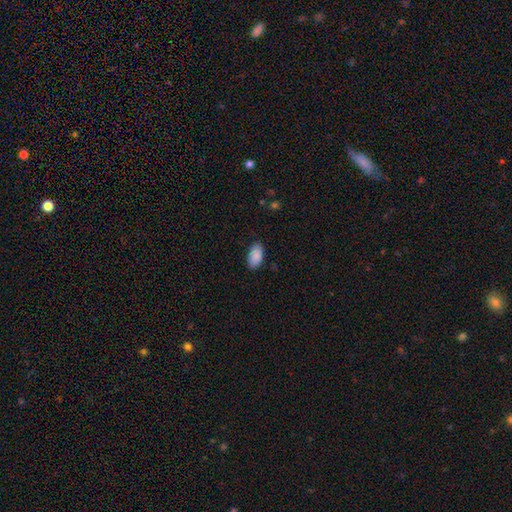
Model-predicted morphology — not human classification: The model was most divided on "merging": none: 85%, minor disturbance: 12%, major disturbance: 2%, merger: 1%. More confident: how rounded — in between (95%); smooth or featured — smooth (90%).